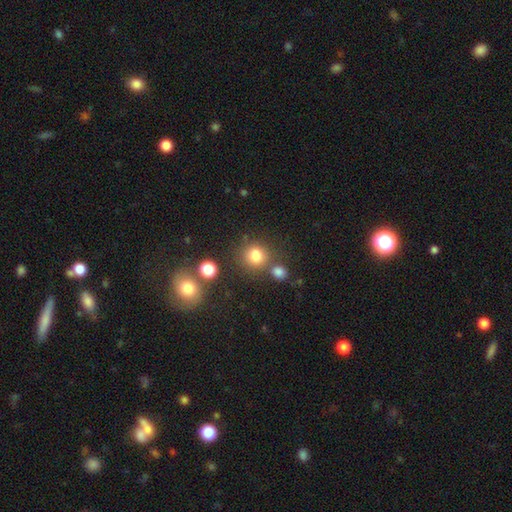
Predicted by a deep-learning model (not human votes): smooth-or-featured: smooth: 80% | star or artifact: 14% | featured or disk: 6%
  how-rounded: round: 83% | in between: 16% | cigar-shaped: 1%
  merging: none: 68% | merger: 15% | minor disturbance: 11% | major disturbance: 5%